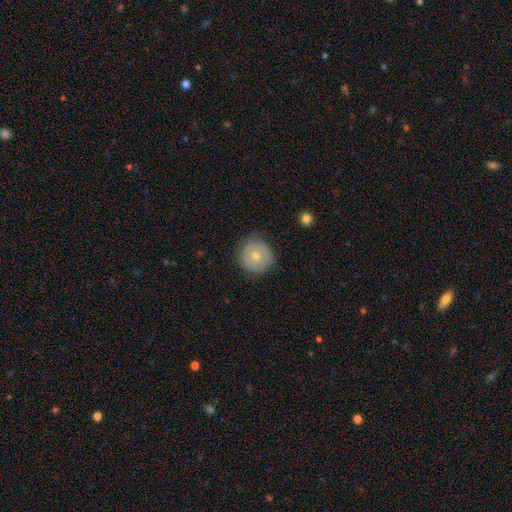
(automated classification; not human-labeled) Smooth or featured? smooth (50%)
Merging? none (80%)